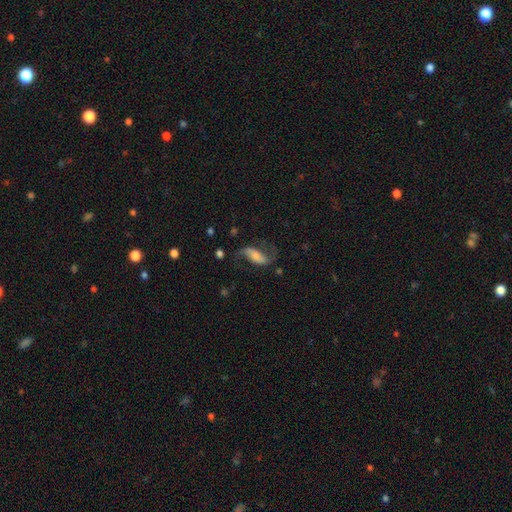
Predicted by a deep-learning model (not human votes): A featured or disk galaxy (76%) with a strong bar (35%), 2 (92%) loose (70%) spiral arms (94%) and a small central bulge (42%).

Vote fractions:
- Smooth or featured? featured or disk: 76% / smooth: 17% / star or artifact: 7%
- Edge-on disk? no: 94% / yes: 6%
- Bar? strong: 35% / weak: 34% / no: 31%
- Spiral arms? yes: 94% / no: 6%
- Spiral winding? loose: 70% / medium: 24% / tight: 6%
- Spiral arm count? 2: 92% / 1: 3% / can't tell: 3% / 3: 1% / 4: 1% / more than 4: 1%
- Bulge size? small: 42% / moderate: 35% / none: 11% / large: 10% / dominant: 3%
- Merging? none: 68% / minor disturbance: 16% / major disturbance: 15% / merger: 2%